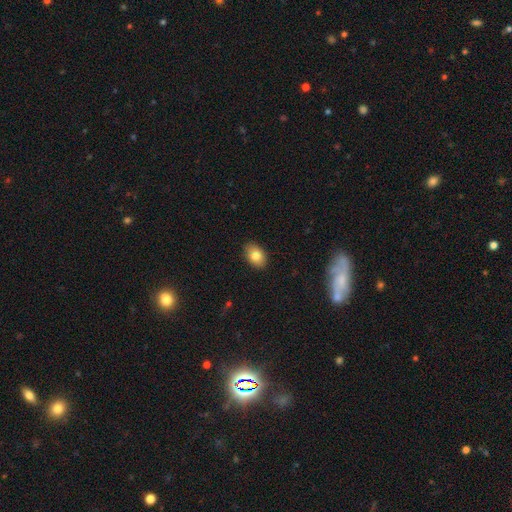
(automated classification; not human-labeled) Smooth or featured? Predicted: smooth (p=0.81). How rounded? Predicted: in between (p=0.85). Merging? Predicted: none (p=0.88).